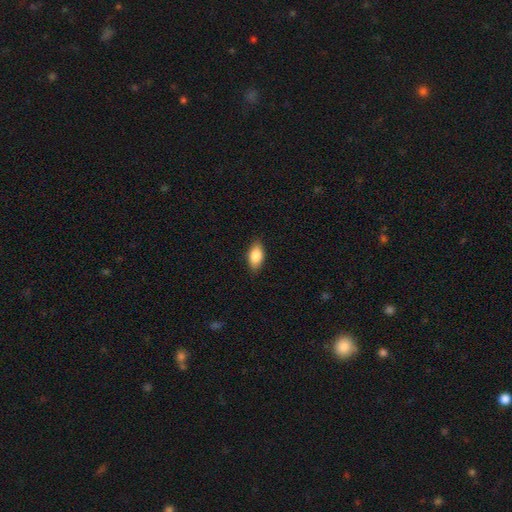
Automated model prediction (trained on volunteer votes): Smooth or featured? Predicted: smooth (p=0.84). How rounded? Predicted: in between (p=0.90). Merging? Predicted: none (p=0.86).